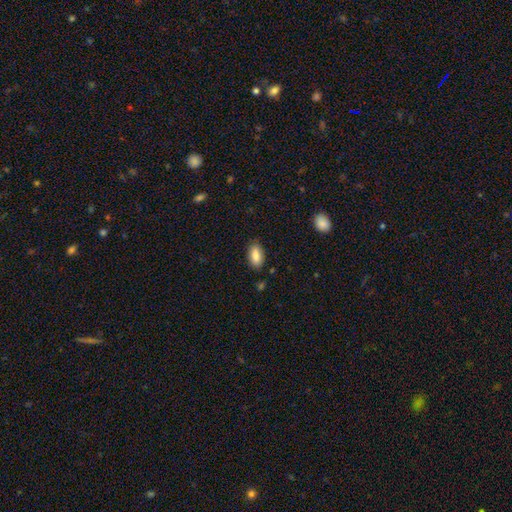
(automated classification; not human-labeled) Q: Smooth or featured?
A: smooth (87%); runner-up: star or artifact (7%)
Q: How rounded?
A: in between (90%); runner-up: cigar-shaped (7%)
Q: Merging?
A: none (85%); runner-up: minor disturbance (11%)